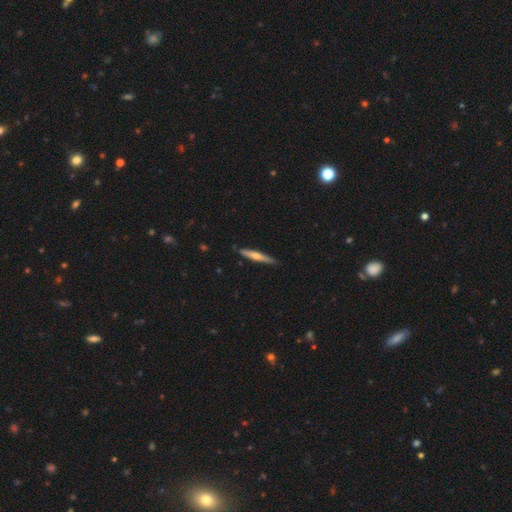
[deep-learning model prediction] Morphology: type=featured or disk (47%, tied with smooth); merging=none (87%).